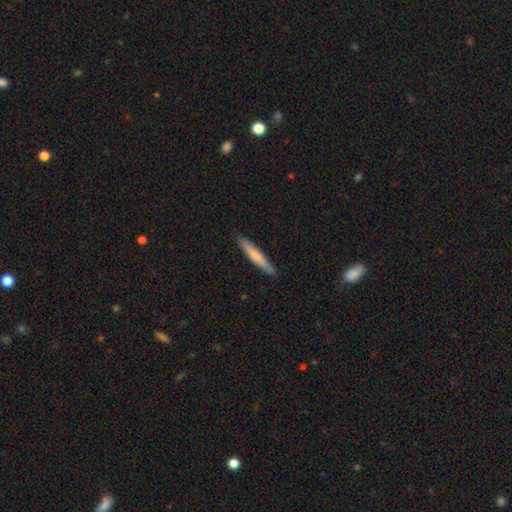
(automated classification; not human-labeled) Morphology: type=smooth (65%); roundness=cigar-shaped (94%); merging=none (90%).